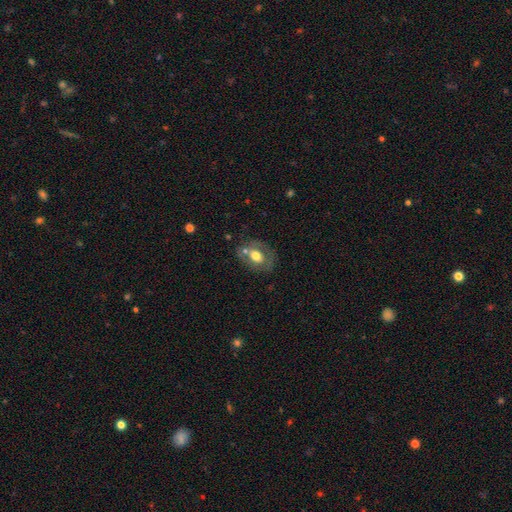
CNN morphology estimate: smooth_or_featured: smooth (p=0.51) [alt: featured or disk p=0.40]
how_rounded: in between (p=0.63) [alt: round p=0.35]
merging: none (p=0.58) [alt: minor disturbance p=0.20]